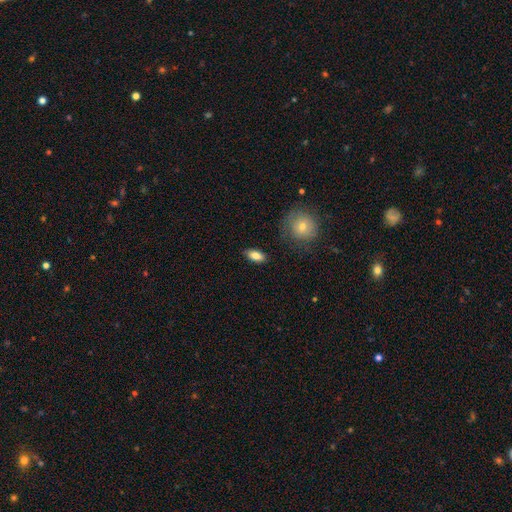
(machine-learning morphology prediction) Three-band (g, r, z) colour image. It shows a smooth galaxy with no disk features (82%) that is in between round and cigar-shaped (89%). Merging: none (86%).